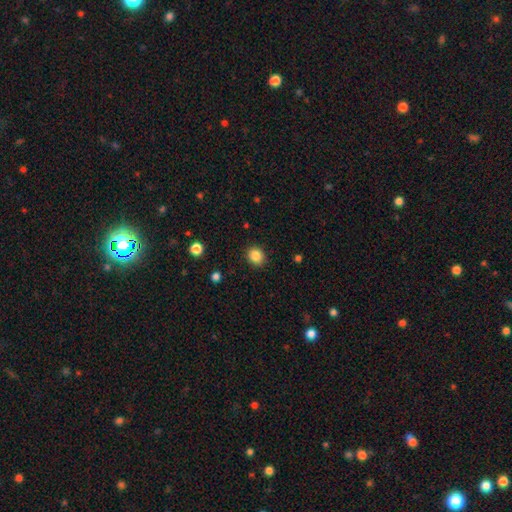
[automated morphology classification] smooth-or-featured: smooth: 85% | star or artifact: 10% | featured or disk: 4%
  how-rounded: round: 75% | in between: 24% | cigar-shaped: 1%
  merging: none: 90% | minor disturbance: 7% | major disturbance: 2% | merger: 1%